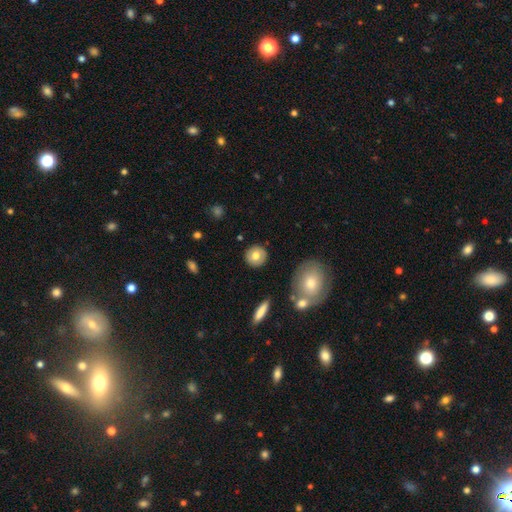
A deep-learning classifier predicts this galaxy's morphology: Smooth or featured? smooth (75%)
How rounded? round (91%)
Merging? none (89%)